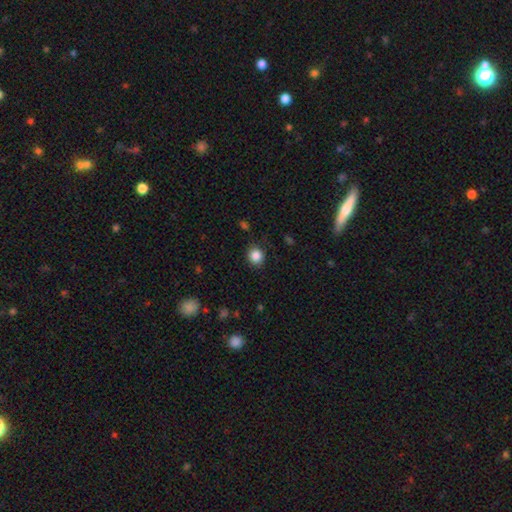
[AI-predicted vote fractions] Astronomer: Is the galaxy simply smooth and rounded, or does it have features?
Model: smooth — 85%.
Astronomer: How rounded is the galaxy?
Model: round — 82%.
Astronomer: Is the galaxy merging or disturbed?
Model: none — 86%.